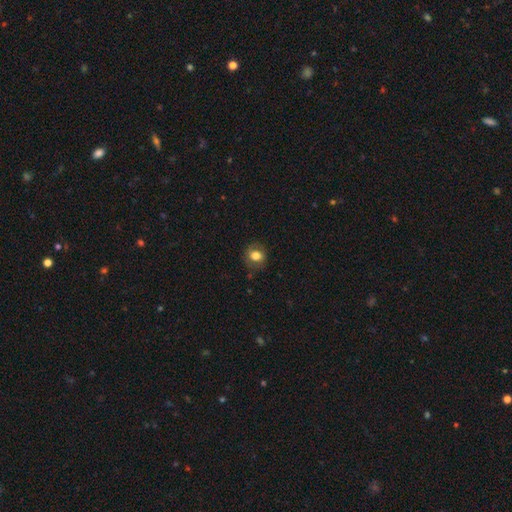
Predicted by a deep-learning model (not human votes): smooth-or-featured: smooth: 72% | featured or disk: 18% | star or artifact: 9%
  how-rounded: round: 66% | in between: 33% | cigar-shaped: 1%
  merging: none: 76% | minor disturbance: 16% | major disturbance: 6% | merger: 1%